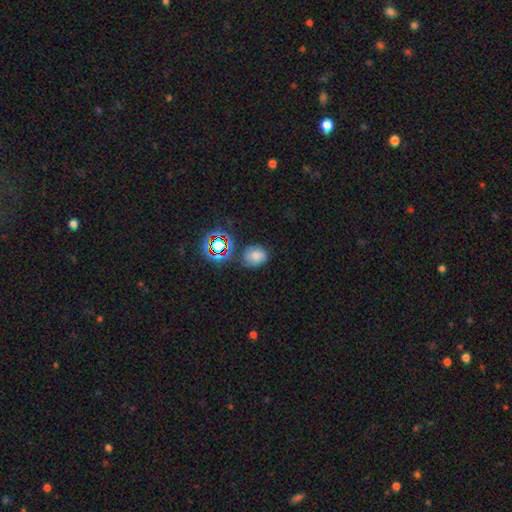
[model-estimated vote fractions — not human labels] smooth_or_featured: smooth (p=0.65) [alt: star or artifact p=0.21]
how_rounded: in between (p=0.51) [alt: round p=0.48]
merging: none (p=0.65) [alt: minor disturbance p=0.22]